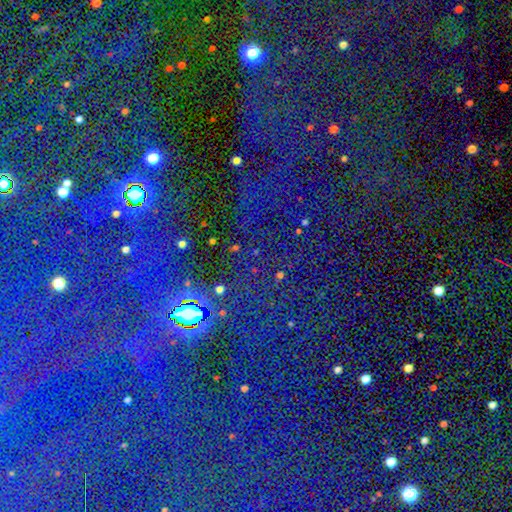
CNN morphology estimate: smooth_or_featured: star or artifact (p=0.84) [alt: smooth p=0.09]